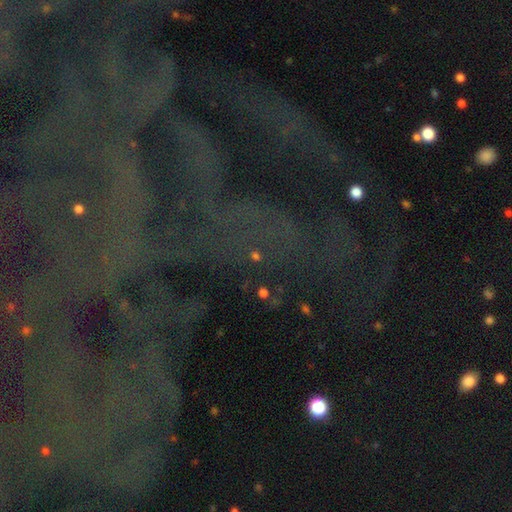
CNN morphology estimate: smooth-or-featured: star or artifact: 71% | smooth: 16% | featured or disk: 13%